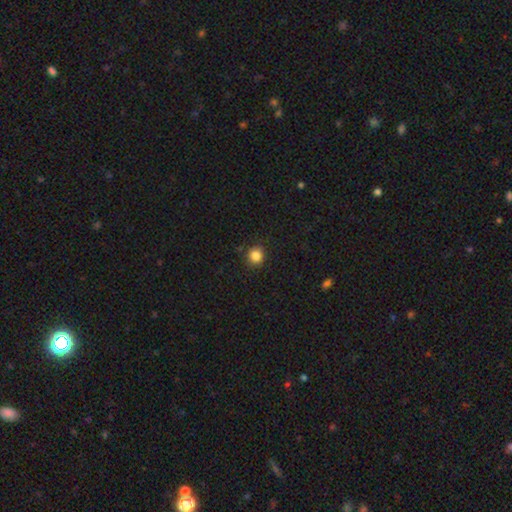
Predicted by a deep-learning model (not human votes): This is clearly a smooth galaxy (85%). How rounded: clearly round (87%). Merging: clearly none (88%).